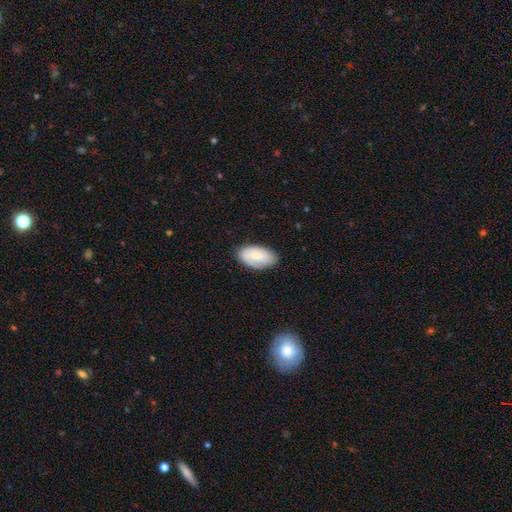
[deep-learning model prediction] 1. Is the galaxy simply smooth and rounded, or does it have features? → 66% smooth, 28% featured or disk, 6% star or artifact.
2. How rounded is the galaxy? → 94% in between, 4% round, 2% cigar-shaped.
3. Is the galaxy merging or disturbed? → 77% none, 18% minor disturbance, 4% major disturbance, 1% merger.